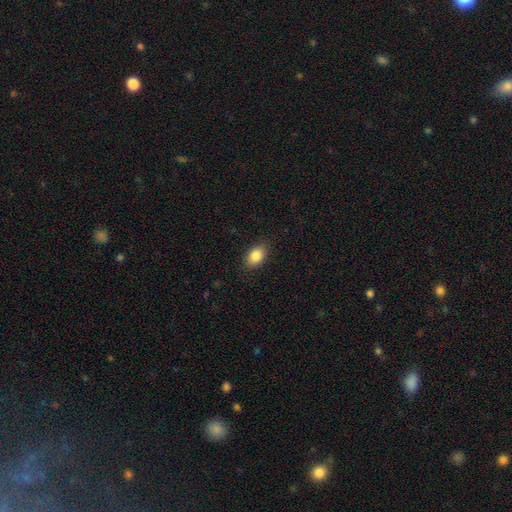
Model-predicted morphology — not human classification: type=smooth (86%); roundness=in between (79%); merging=none (86%).